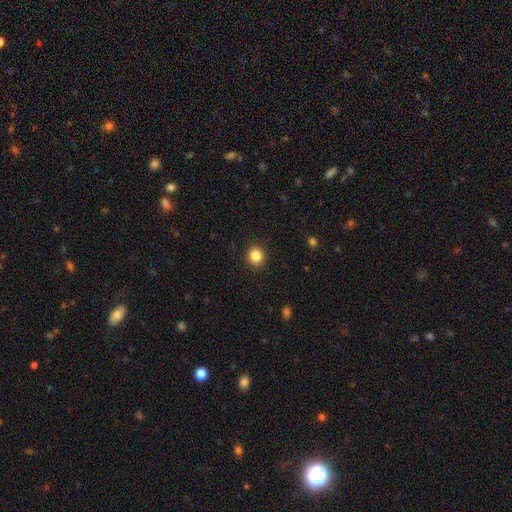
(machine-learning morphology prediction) Smooth or featured?
  - smooth: 85% *
  - star or artifact: 11%
  - featured or disk: 5%
How rounded?
  - round: 89% *
  - in between: 10%
  - cigar-shaped: 1%
Merging?
  - none: 91% *
  - minor disturbance: 6%
  - major disturbance: 2%
  - merger: 1%